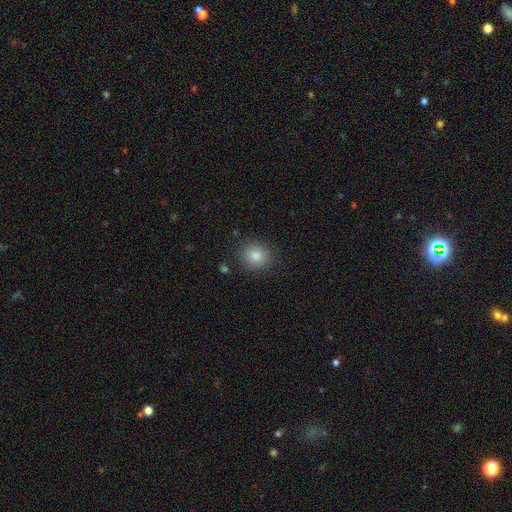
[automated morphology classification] smooth_or_featured: smooth (p=0.82) [alt: star or artifact p=0.12]
how_rounded: round (p=0.85) [alt: in between p=0.14]
merging: none (p=0.88) [alt: minor disturbance p=0.08]